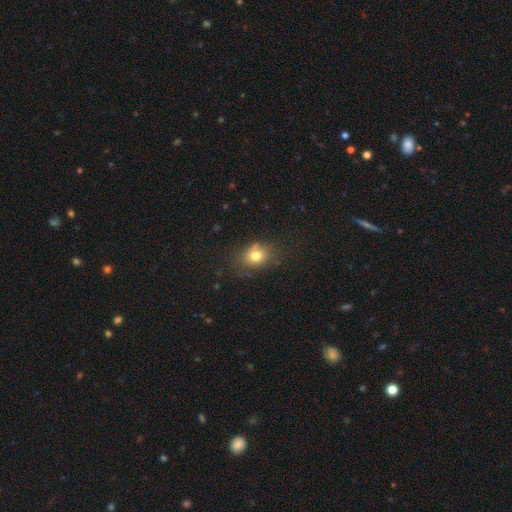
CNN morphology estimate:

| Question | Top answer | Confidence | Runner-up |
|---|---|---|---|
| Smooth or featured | smooth | 77% | star or artifact (12%) |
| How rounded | round | 53% | in between (45%) |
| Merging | none | 72% | minor disturbance (18%) |